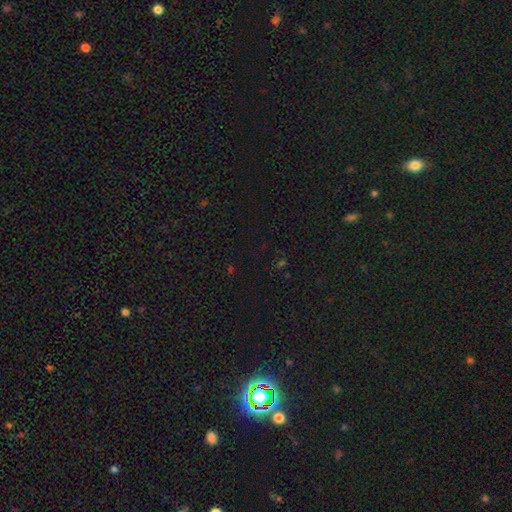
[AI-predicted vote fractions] A star or artifact, not a galaxy (65%).